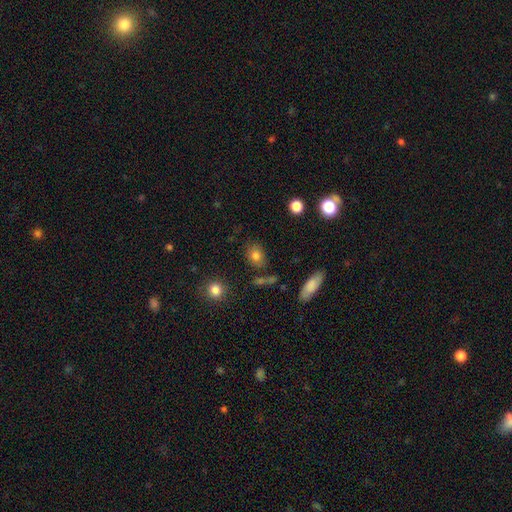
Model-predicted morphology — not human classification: Smooth or featured? Predicted: smooth (p=0.80). How rounded? Predicted: in between (p=0.54). Merging? Predicted: none (p=0.78).